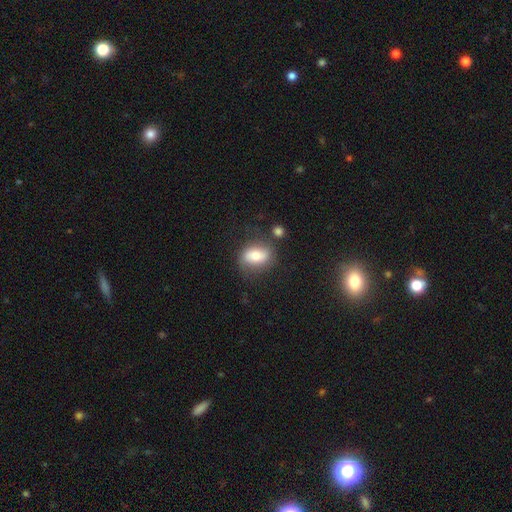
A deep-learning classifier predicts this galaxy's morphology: type=smooth (66%); roundness=in between (73%); merging=none (67%).